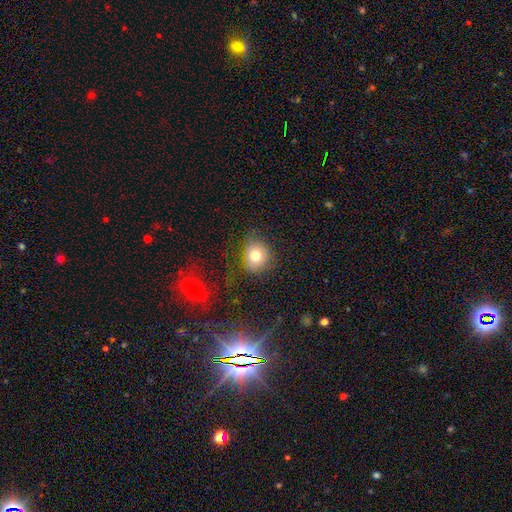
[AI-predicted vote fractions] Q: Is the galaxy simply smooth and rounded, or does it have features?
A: smooth — 75%.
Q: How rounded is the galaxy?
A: round — 74%.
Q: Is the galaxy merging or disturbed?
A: none — 68%.